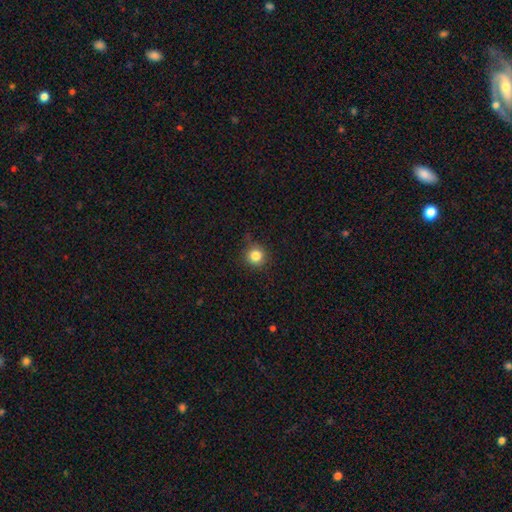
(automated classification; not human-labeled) The model was most divided on "smooth or featured": smooth: 84%, star or artifact: 11%, featured or disk: 5%. More confident: how rounded — round (94%); merging — none (85%).